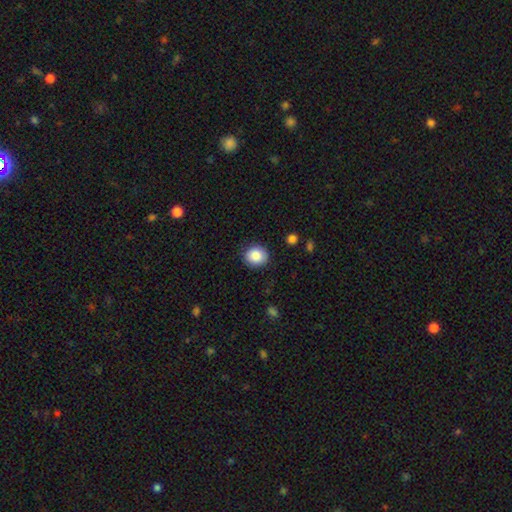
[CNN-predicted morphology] Smooth or featured: smooth — 87% (star or artifact — 8%)
How rounded: round — 79% (in between — 20%)
Merging: none — 87% (minor disturbance — 9%)